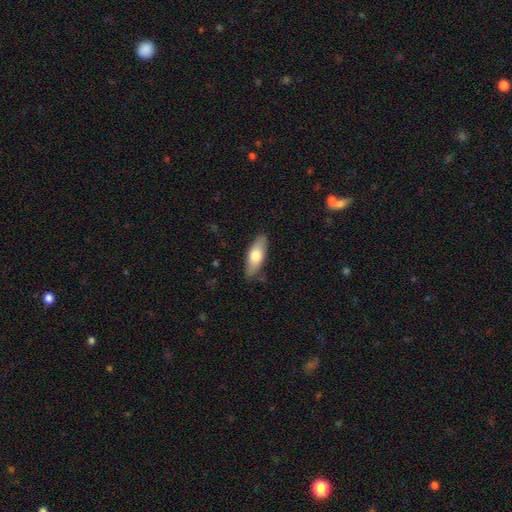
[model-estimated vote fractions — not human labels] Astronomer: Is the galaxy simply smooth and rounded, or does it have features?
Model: smooth — 65%.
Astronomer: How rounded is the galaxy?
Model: in between — 68%.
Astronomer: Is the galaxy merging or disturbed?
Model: none — 84%.